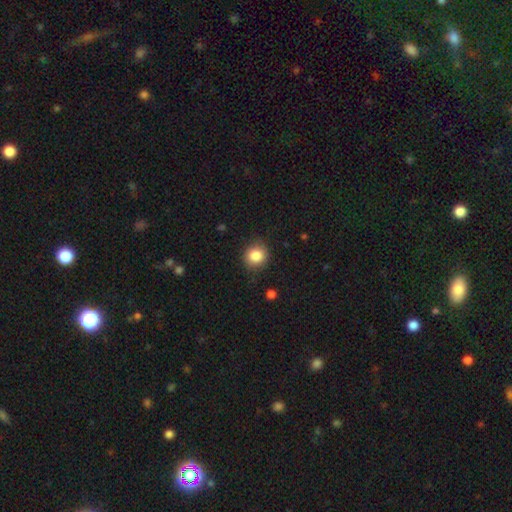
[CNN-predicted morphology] Overall: smooth (85%). How rounded: round (83%). Merging: none (85%).